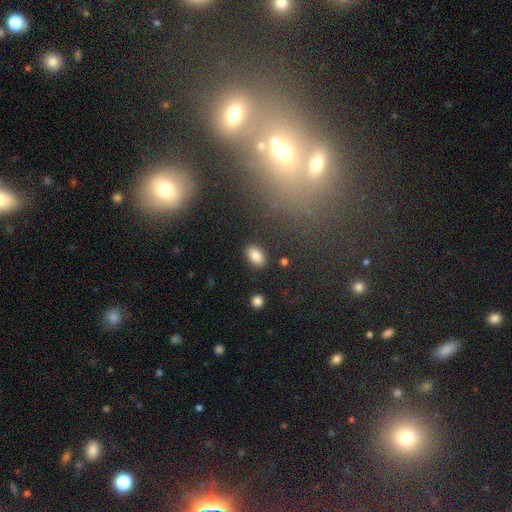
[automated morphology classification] This is clearly a smooth galaxy (84%). How rounded: clearly in between (90%). Merging: clearly none (87%).